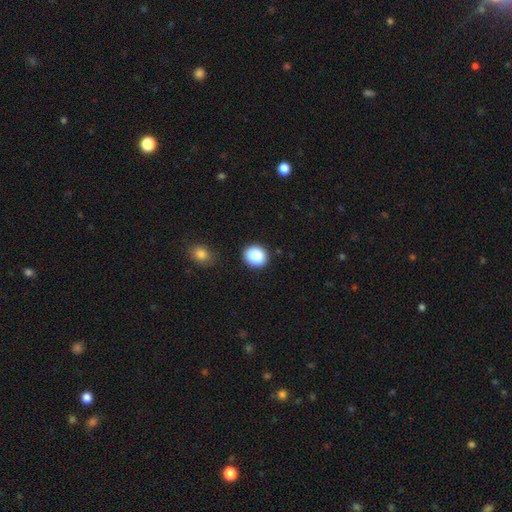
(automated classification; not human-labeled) The model was most divided on "how rounded": round: 73%, in between: 26%, cigar-shaped: 1%. More confident: smooth or featured — smooth (89%); merging — none (85%).